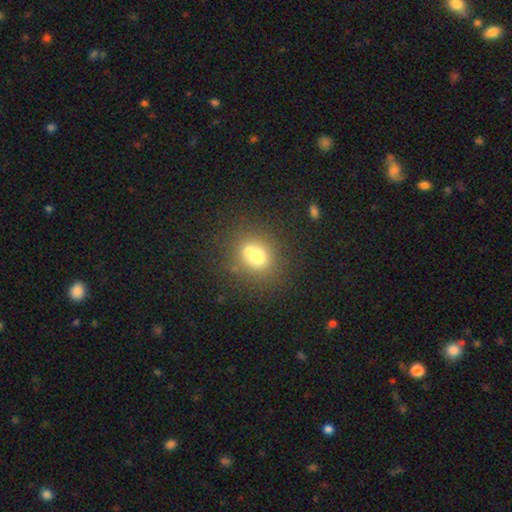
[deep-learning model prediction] The model was most divided on "merging": merger: 44%, none: 41%, minor disturbance: 10%, major disturbance: 5%. More confident: how rounded — round (69%); smooth or featured — smooth (65%).